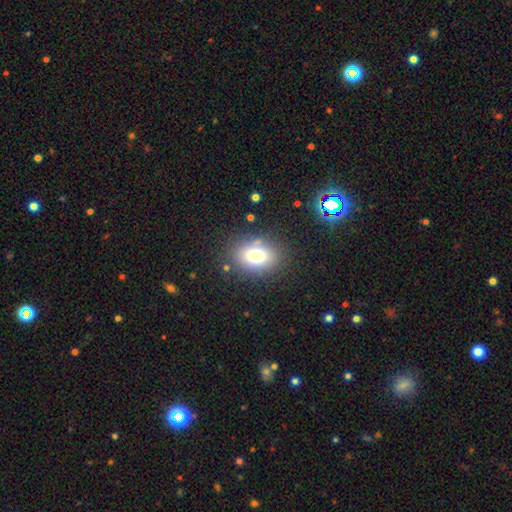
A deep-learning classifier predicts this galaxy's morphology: Smooth or featured?
  - smooth: 77% *
  - star or artifact: 12%
  - featured or disk: 11%
How rounded?
  - in between: 71% *
  - round: 28%
  - cigar-shaped: 1%
Merging?
  - none: 81% *
  - minor disturbance: 11%
  - major disturbance: 5%
  - merger: 3%